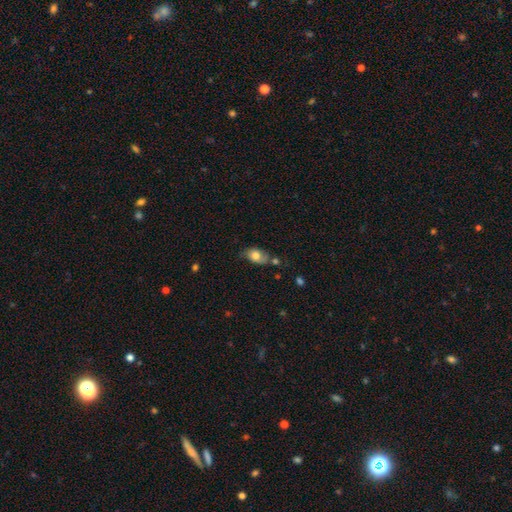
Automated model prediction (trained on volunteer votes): Smooth or featured: smooth — 72% (featured or disk — 20%)
How rounded: in between — 85% (round — 13%)
Merging: none — 53% (minor disturbance — 29%)